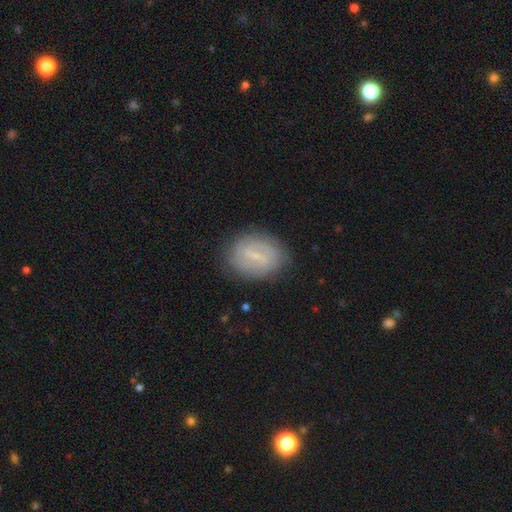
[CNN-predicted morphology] The model was most divided on "bar": weak: 48%, strong: 40%, no: 12%. More confident: edge-on disk — no (96%); merging — none (81%); spiral arms — yes (77%); smooth or featured — featured or disk (66%); bulge size — small (63%).